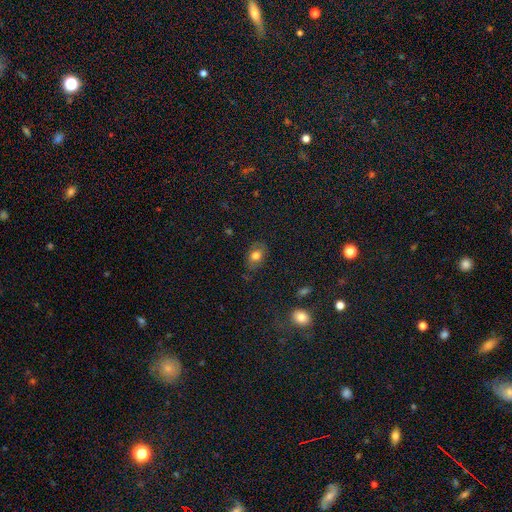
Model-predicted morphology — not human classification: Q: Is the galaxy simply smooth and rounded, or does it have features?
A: smooth — 75%.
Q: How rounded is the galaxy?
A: in between — 77%.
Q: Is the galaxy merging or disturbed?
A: none — 73%.